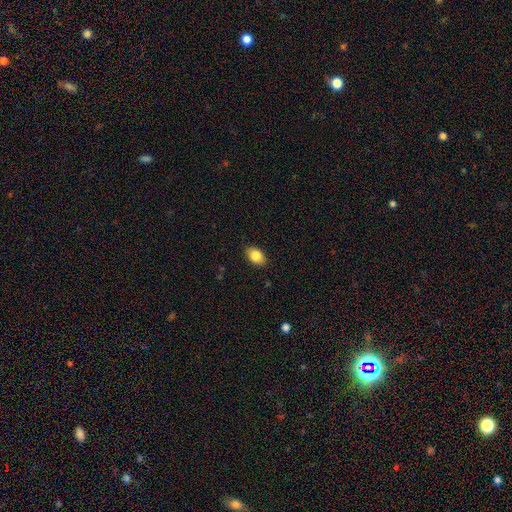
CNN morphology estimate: Smooth or featured? smooth (85%)
How rounded? in between (86%)
Merging? none (86%)